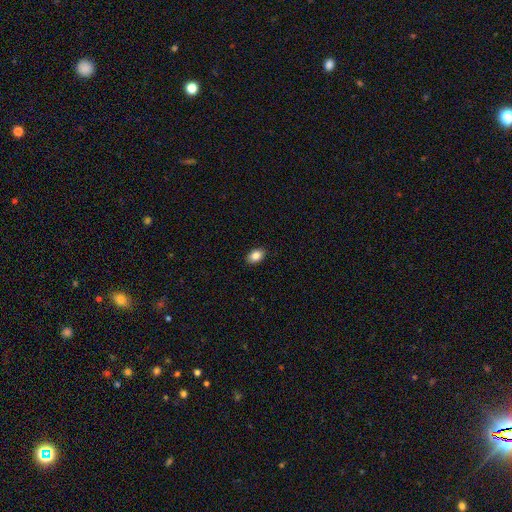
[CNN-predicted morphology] Smooth or featured? smooth (87%)
How rounded? in between (86%)
Merging? none (90%)